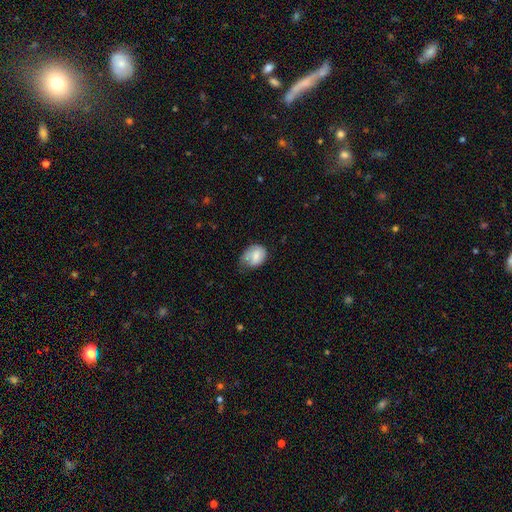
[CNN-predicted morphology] Smooth or featured? Predicted: smooth (p=0.73). How rounded? Predicted: in between (p=0.68). Merging? Predicted: minor disturbance (p=0.45).